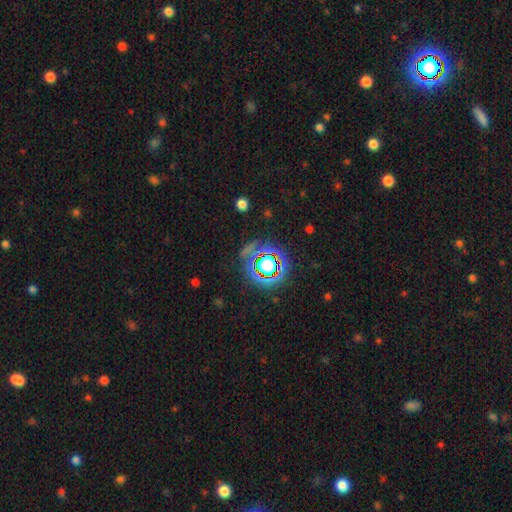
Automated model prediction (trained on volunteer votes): This appears to be a star or artifact, not a galaxy (79%).